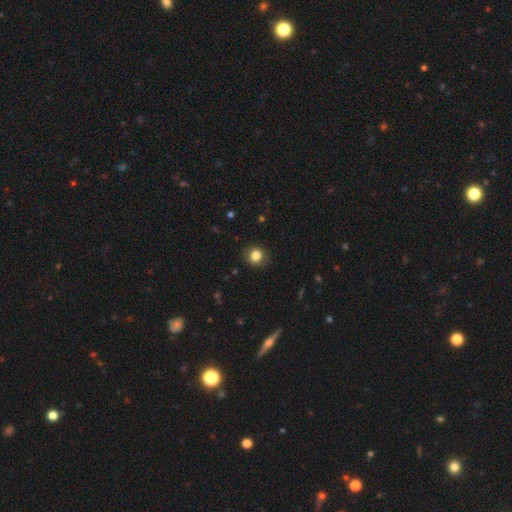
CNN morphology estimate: The model was most divided on "how rounded": round: 84%, in between: 15%, cigar-shaped: 1%. More confident: merging — none (87%); smooth or featured — smooth (83%).